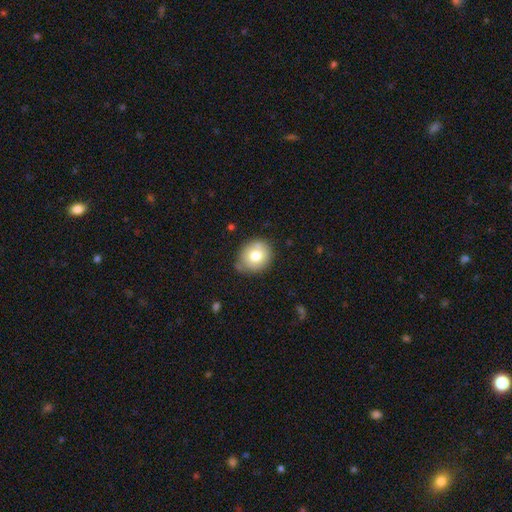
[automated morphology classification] Smooth or featured? Predicted: smooth (p=0.75). How rounded? Predicted: round (p=0.70). Merging? Predicted: none (p=0.71).